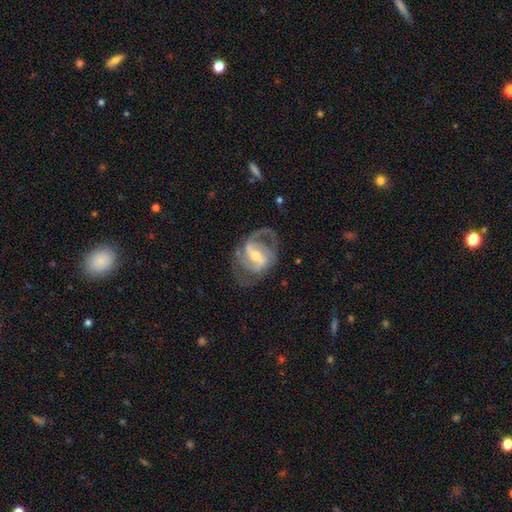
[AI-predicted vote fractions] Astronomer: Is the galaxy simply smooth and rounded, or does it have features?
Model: featured or disk — 90%.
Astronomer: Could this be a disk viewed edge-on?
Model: no — 97%.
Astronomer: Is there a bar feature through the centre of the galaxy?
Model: weak — 45% (runner-up: strong, 41%).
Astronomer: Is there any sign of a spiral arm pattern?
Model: yes — 96%.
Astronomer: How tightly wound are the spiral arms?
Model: medium — 54%.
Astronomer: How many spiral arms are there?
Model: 2 — 63%.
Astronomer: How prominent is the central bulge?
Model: moderate — 55% (runner-up: small, 38%).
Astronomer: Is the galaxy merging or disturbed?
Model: none — 63%.